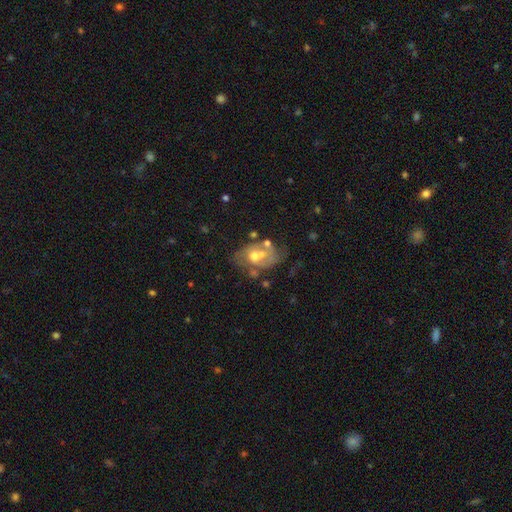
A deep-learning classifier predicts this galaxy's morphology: type=featured or disk (65%); edge-on=no (95%); bar=no (69%); spiral arms=yes (56%); bulge=moderate (65%); merging=none (42%).